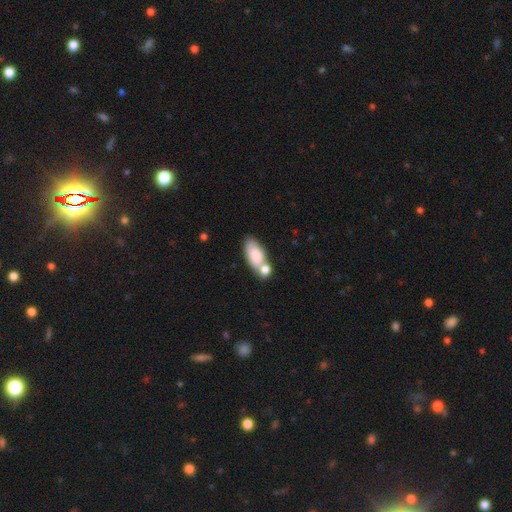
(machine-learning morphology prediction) Smooth or featured? Predicted: smooth (p=0.81). How rounded? Predicted: in between (p=0.87). Merging? Predicted: none (p=0.44).